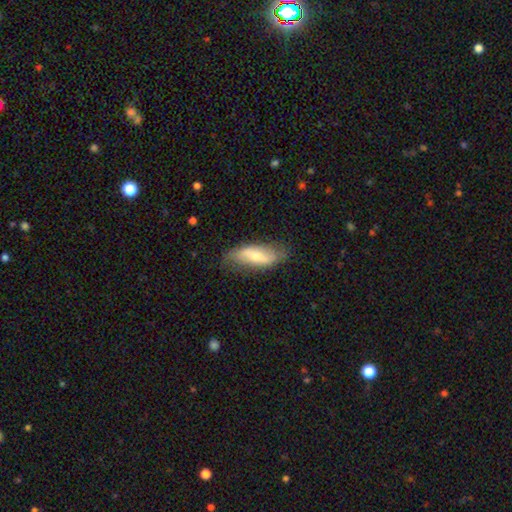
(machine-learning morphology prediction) type=smooth (50%); merging=none (68%).